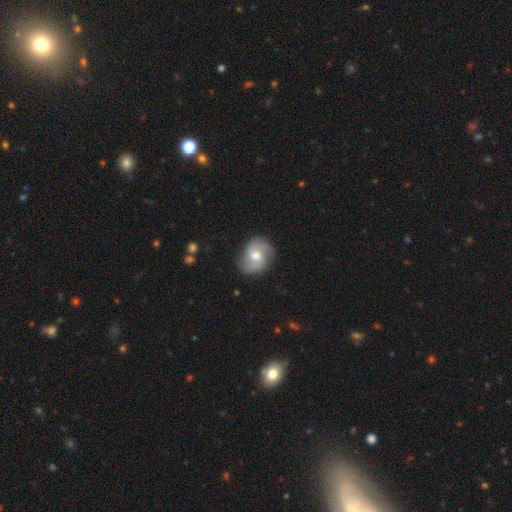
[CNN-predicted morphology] Smooth or featured?
  - featured or disk: 61% *
  - smooth: 32%
  - star or artifact: 7%
Edge-on disk?
  - no: 97% *
  - yes: 3%
Bar?
  - no: 50% *
  - weak: 42%
  - strong: 7%
Spiral arms?
  - yes: 89% *
  - no: 11%
Spiral winding?
  - medium: 46% *
  - loose: 32%
  - tight: 22%
Spiral arm count?
  - 2: 84% *
  - can't tell: 8%
  - 3: 3%
  - 1: 2%
  - 4: 1%
  - more than 4: 1%
Bulge size?
  - moderate: 69% *
  - small: 22%
  - large: 6%
  - none: 2%
  - dominant: 1%
Merging?
  - none: 79% *
  - minor disturbance: 15%
  - major disturbance: 5%
  - merger: 1%